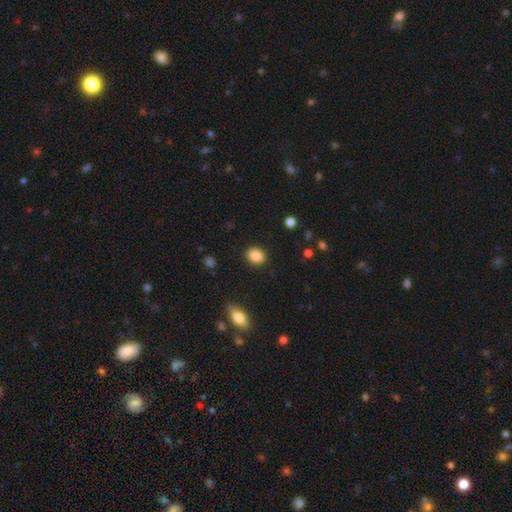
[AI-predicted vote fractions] smooth 87%, star or artifact 9%, featured or disk 4%. Down the decision tree: how rounded — round (55%); merging — none (89%).